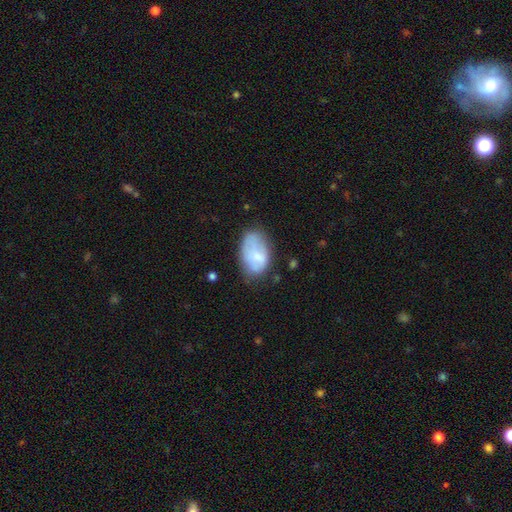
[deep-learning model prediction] The model was most divided on "merging": none: 49%, minor disturbance: 33%, major disturbance: 13%, merger: 5%. More confident: how rounded — in between (90%); smooth or featured — smooth (67%).